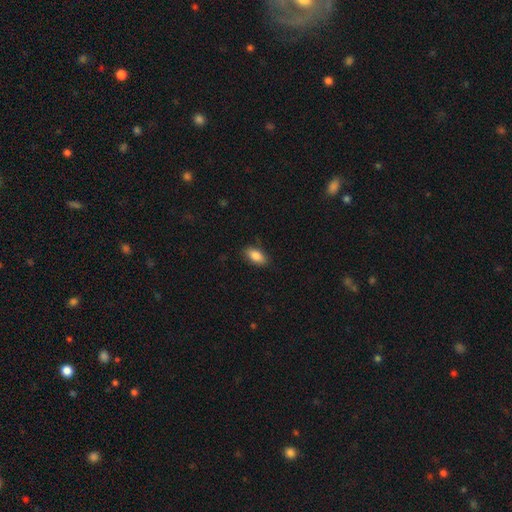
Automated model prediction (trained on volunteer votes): smooth_or_featured: smooth (p=0.85) [alt: featured or disk p=0.08]
how_rounded: in between (p=0.90) [alt: cigar-shaped p=0.07]
merging: none (p=0.85) [alt: minor disturbance p=0.12]